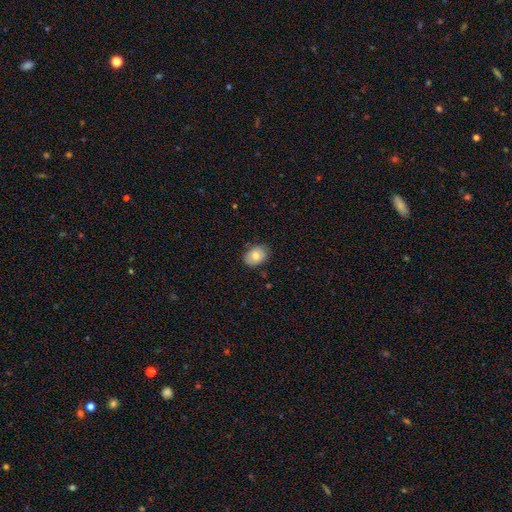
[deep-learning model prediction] This is likely a smooth galaxy (76%). How rounded: likely in between (75%). Merging: clearly none (82%).